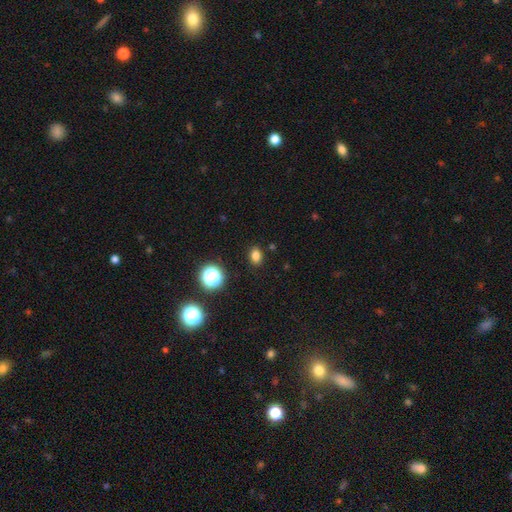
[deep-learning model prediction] The model was most divided on "how rounded": in between: 66%, round: 33%, cigar-shaped: 1%. More confident: merging — none (88%); smooth or featured — smooth (79%).